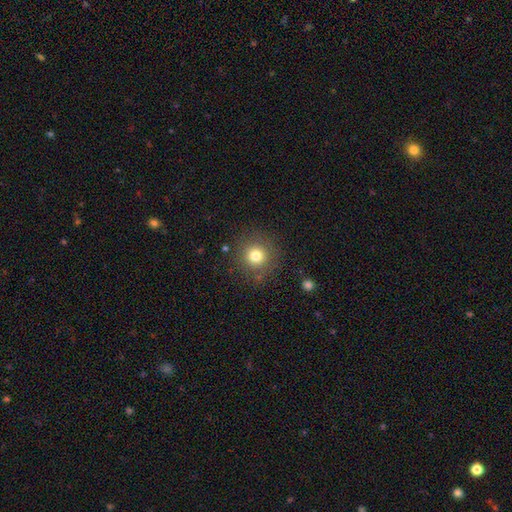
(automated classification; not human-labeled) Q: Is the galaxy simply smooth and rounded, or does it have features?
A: smooth — 77%.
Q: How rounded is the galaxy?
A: round — 94%.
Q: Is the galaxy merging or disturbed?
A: none — 86%.